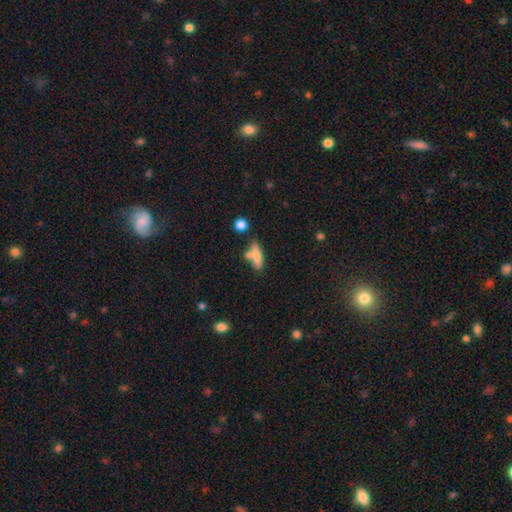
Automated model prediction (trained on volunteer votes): This appears to be a smooth galaxy with no disk features (68%) that is cigar-shaped (56%). Merging: none (53%).